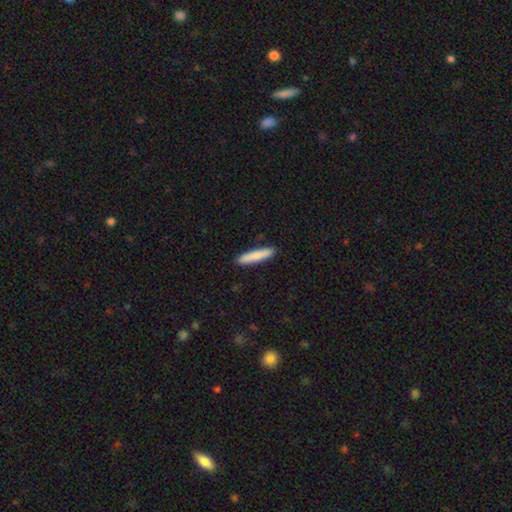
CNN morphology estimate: type=smooth (84%); roundness=cigar-shaped (91%); merging=none (91%).